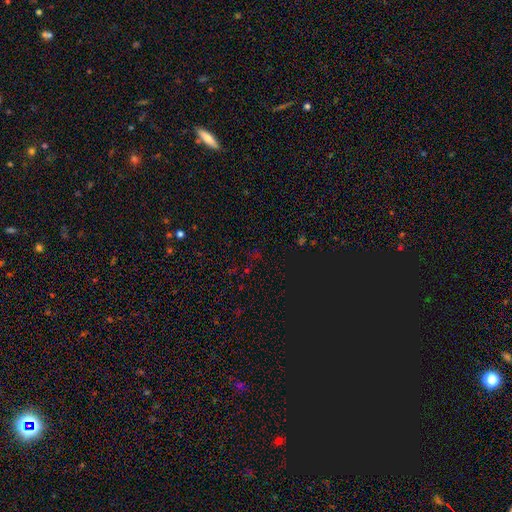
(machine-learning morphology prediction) This is likely a star or artifact rather than a galaxy (70%).